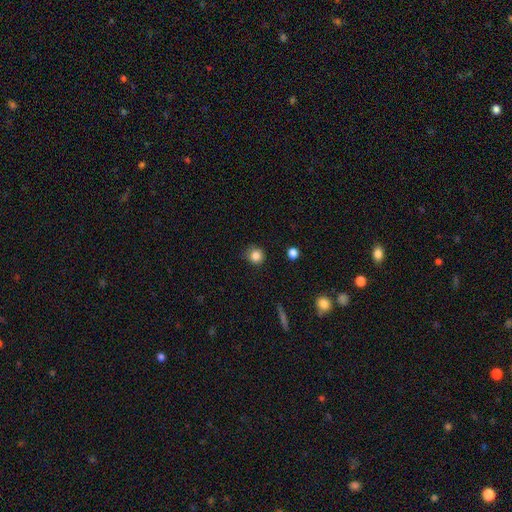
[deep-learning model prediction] The model was most divided on "merging": none: 78%, minor disturbance: 17%, major disturbance: 4%, merger: 2%. More confident: how rounded — round (91%); smooth or featured — smooth (84%).